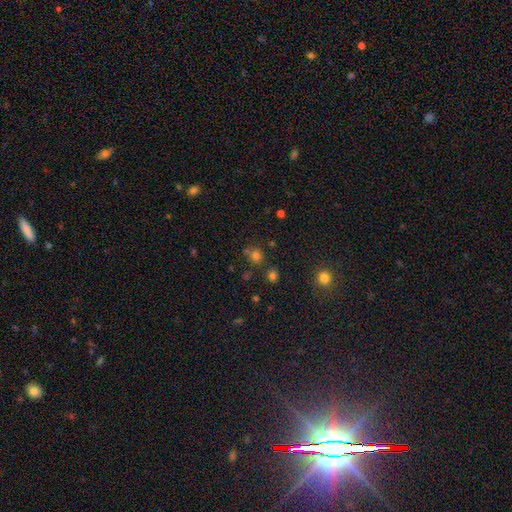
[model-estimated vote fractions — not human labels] A smooth galaxy with no disk features (70%) that is round (83%).

Vote fractions:
- Smooth or featured? smooth: 70% / star or artifact: 22% / featured or disk: 8%
- How rounded? round: 83% / in between: 16% / cigar-shaped: 1%
- Merging? none: 68% / merger: 15% / minor disturbance: 12% / major disturbance: 5%